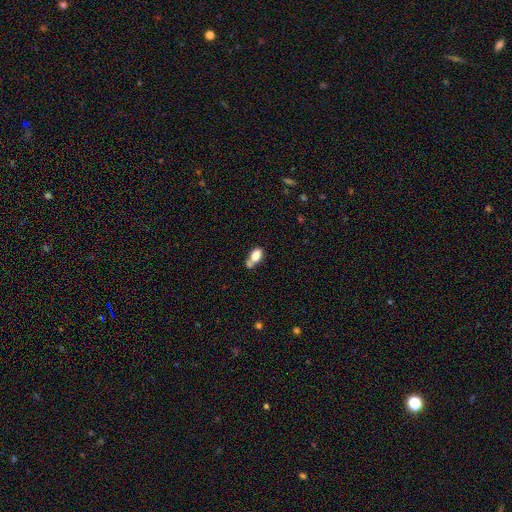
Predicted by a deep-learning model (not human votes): A smooth galaxy with no disk features (81%) that is in between round and cigar-shaped (89%). Merging: merger (40%).